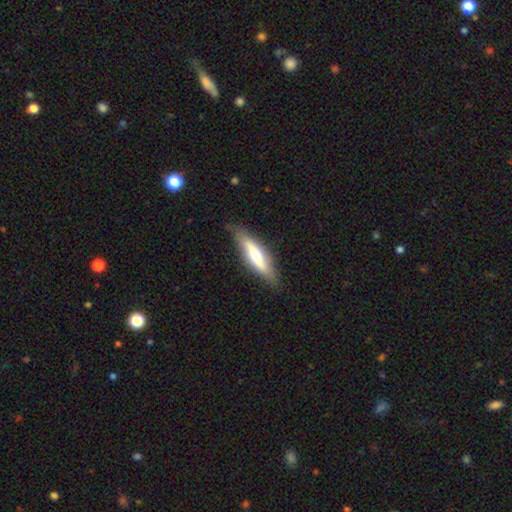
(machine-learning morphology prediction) smooth-or-featured: smooth: 50% | featured or disk: 44% | star or artifact: 6%
  how-rounded: cigar-shaped: 72% | in between: 27% | round: 2%
  merging: none: 80% | minor disturbance: 16% | major disturbance: 3% | merger: 1%